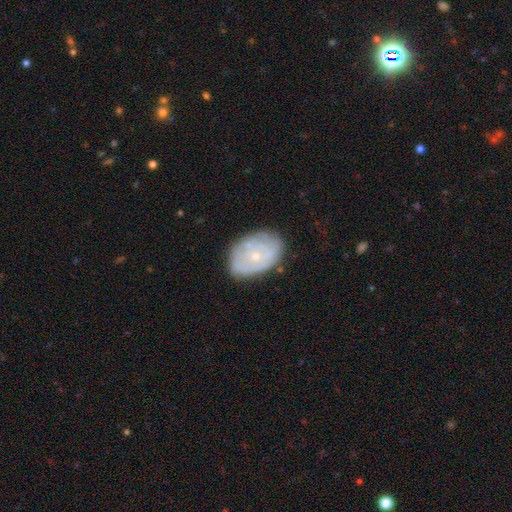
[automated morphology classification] Smooth or featured? Predicted: featured or disk (p=0.60). Edge-on disk? Predicted: no (p=0.96). Bar? Predicted: no (p=0.85). Spiral arms? Predicted: yes (p=0.55). Bulge size? Predicted: small (p=0.70). Merging? Predicted: none (p=0.72).